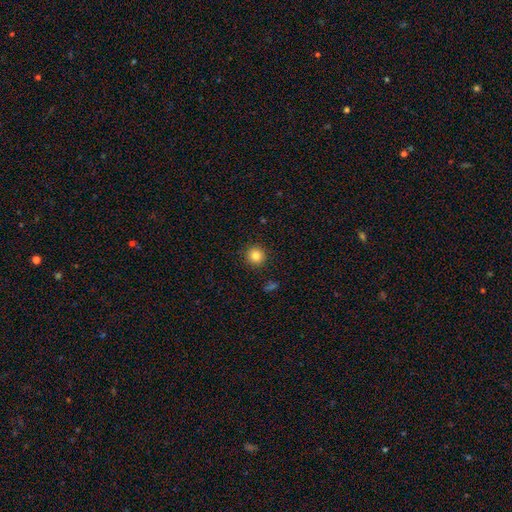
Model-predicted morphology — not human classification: Smooth or featured? smooth (82%)
How rounded? round (94%)
Merging? none (91%)